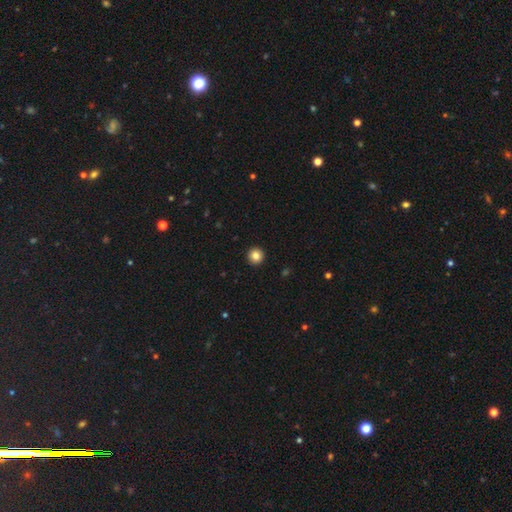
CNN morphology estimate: A smooth galaxy with no disk features (85%) that is round (96%).

Vote fractions:
- Smooth or featured? smooth: 85% / star or artifact: 10% / featured or disk: 5%
- How rounded? round: 96% / in between: 3% / cigar-shaped: 1%
- Merging? none: 94% / minor disturbance: 4% / major disturbance: 1% / merger: 1%